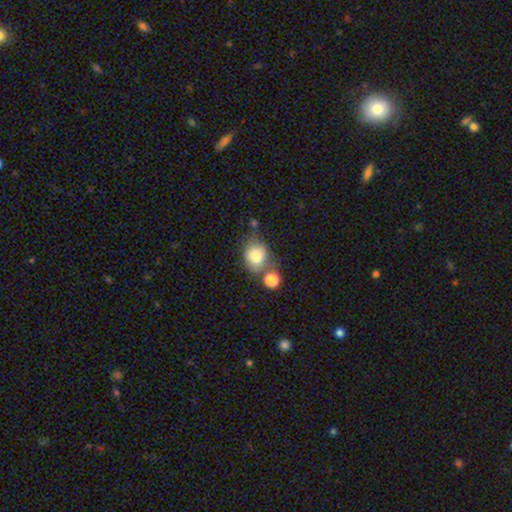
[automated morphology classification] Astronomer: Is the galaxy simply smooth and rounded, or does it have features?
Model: smooth — 80%.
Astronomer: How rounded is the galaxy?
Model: round — 58% (runner-up: in between, 41%).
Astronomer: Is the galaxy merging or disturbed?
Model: none — 46% (runner-up: merger, 26%).